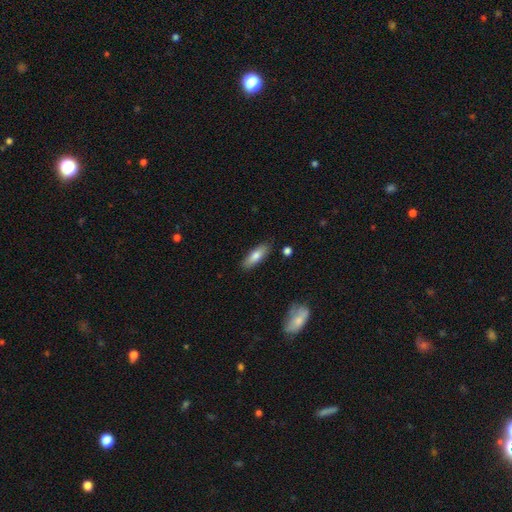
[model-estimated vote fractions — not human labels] Smooth or featured?
  - smooth: 76% *
  - featured or disk: 18%
  - star or artifact: 6%
How rounded?
  - in between: 59% *
  - cigar-shaped: 39%
  - round: 2%
Merging?
  - none: 86% *
  - minor disturbance: 10%
  - major disturbance: 2%
  - merger: 2%